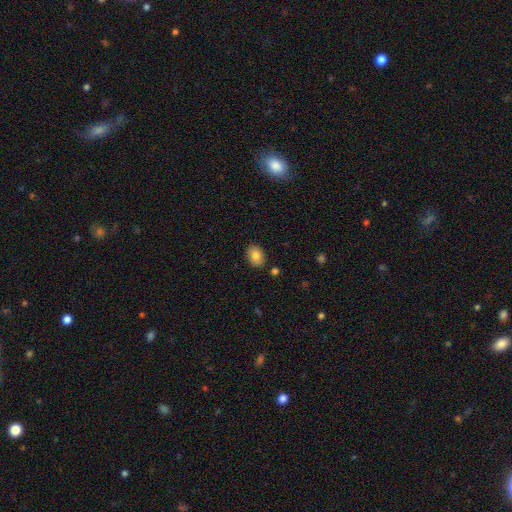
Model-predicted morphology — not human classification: Smooth or featured? smooth (82%)
How rounded? in between (74%)
Merging? none (87%)